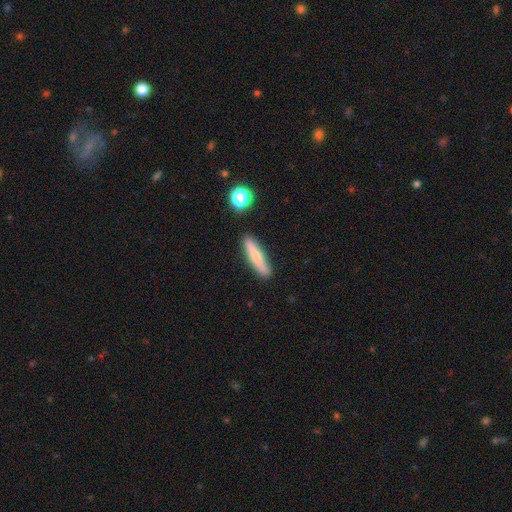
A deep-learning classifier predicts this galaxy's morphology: This appears to be a smooth galaxy with no disk features (62%) that is cigar-shaped (86%). Merging: none (86%).